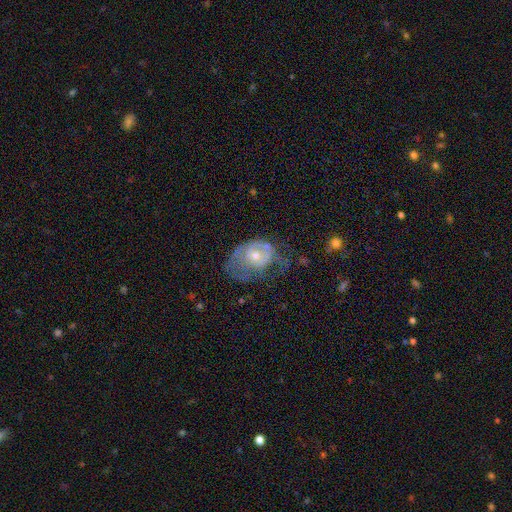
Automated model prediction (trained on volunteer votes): Smooth or featured? Predicted: featured or disk (p=0.55). Edge-on disk? Predicted: no (p=0.96). Bar? Predicted: no (p=0.82). Spiral arms? Predicted: no (p=0.57). Bulge size? Predicted: moderate (p=0.56). Merging? Predicted: major disturbance (p=0.44).